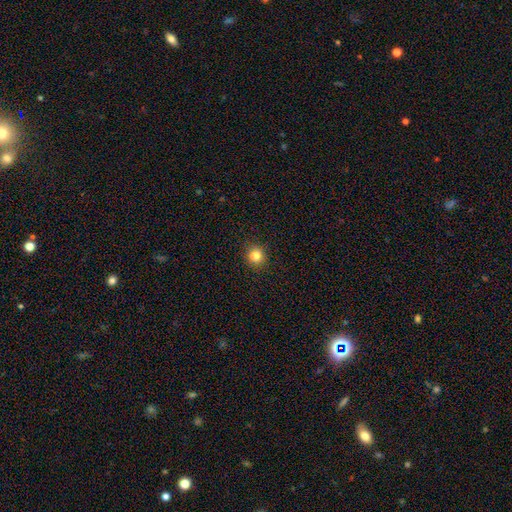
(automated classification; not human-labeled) smooth-or-featured: smooth: 82% | star or artifact: 12% | featured or disk: 6%
  how-rounded: round: 80% | in between: 19% | cigar-shaped: 1%
  merging: none: 86% | minor disturbance: 9% | major disturbance: 2% | merger: 2%